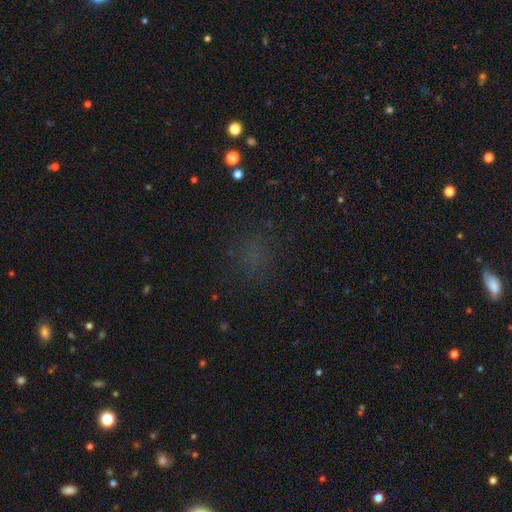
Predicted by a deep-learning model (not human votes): Smooth or featured? Predicted: smooth (p=0.48). Merging? Predicted: none (p=0.81).